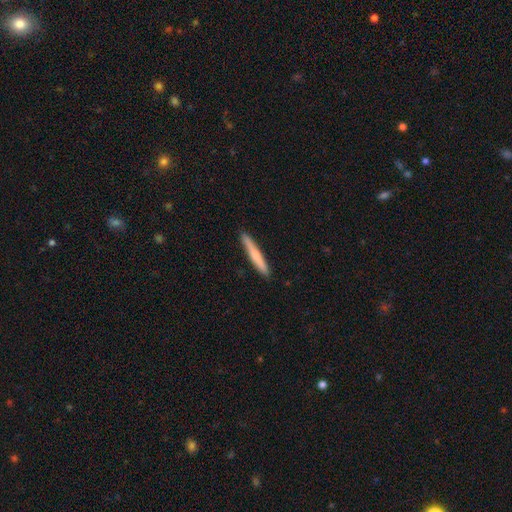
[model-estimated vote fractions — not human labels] Smooth or featured?
  - smooth: 61% *
  - featured or disk: 34%
  - star or artifact: 5%
How rounded?
  - cigar-shaped: 96% *
  - in between: 3%
  - round: 1%
Merging?
  - none: 91% *
  - minor disturbance: 7%
  - major disturbance: 1%
  - merger: 1%